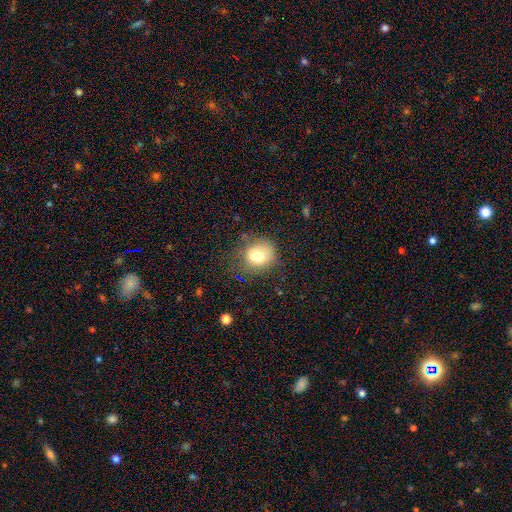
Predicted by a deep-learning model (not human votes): Smooth or featured? Predicted: smooth (p=0.73). How rounded? Predicted: round (p=0.66). Merging? Predicted: none (p=0.57).